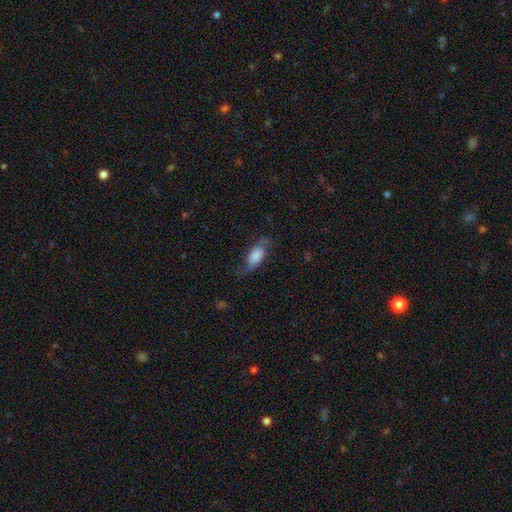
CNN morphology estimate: type=smooth (56%); roundness=in between (88%); merging=none (58%).